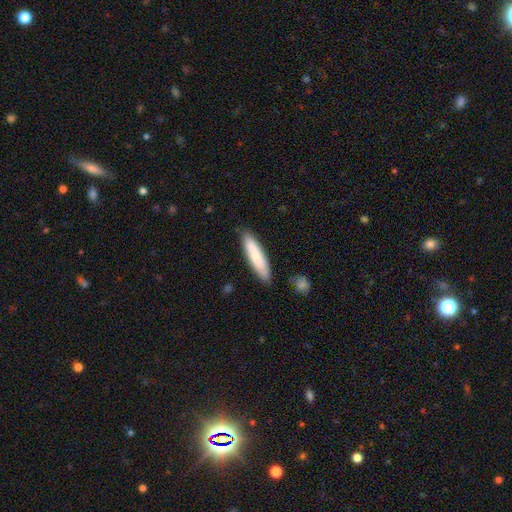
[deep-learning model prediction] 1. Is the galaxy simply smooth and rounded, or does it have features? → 77% smooth, 17% featured or disk, 5% star or artifact.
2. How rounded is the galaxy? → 79% cigar-shaped, 20% in between, 1% round.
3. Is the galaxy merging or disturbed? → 85% none, 11% minor disturbance, 2% major disturbance, 2% merger.